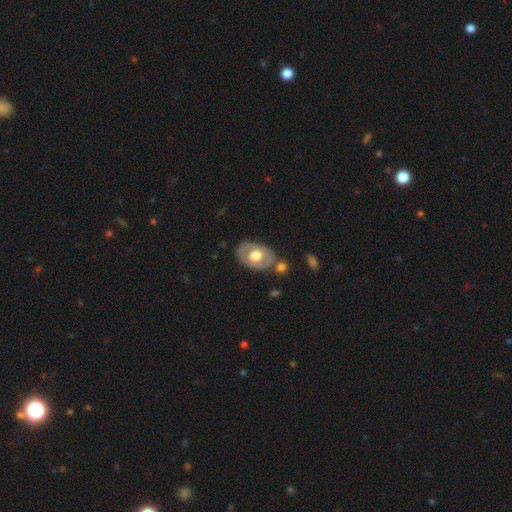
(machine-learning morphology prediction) Overall: smooth (48%; featured or disk 46%). Merging: none (72%).